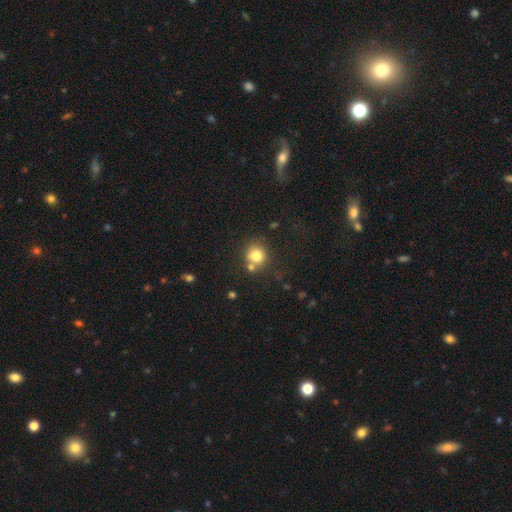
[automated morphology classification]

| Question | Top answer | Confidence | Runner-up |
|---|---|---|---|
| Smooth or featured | smooth | 78% | star or artifact (12%) |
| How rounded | round | 87% | in between (12%) |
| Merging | none | 61% | merger (22%) |